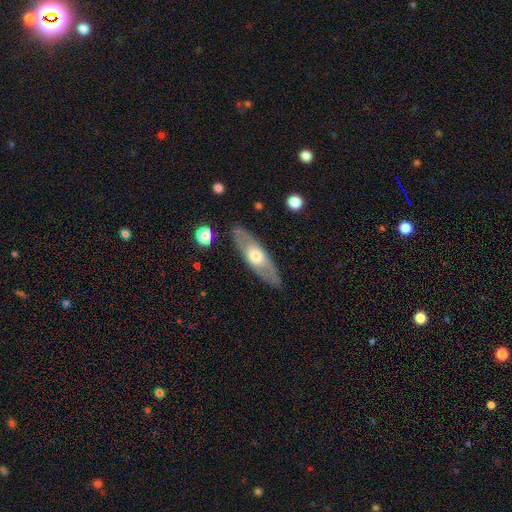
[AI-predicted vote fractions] Smooth or featured? featured or disk (54%)
Edge-on disk? no (55%)
Merging? none (85%)